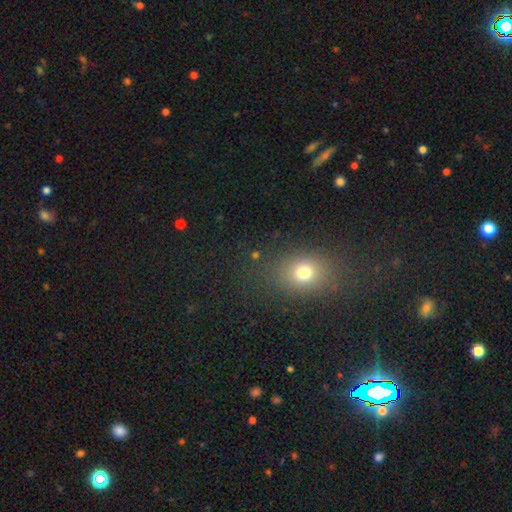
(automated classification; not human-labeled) Smooth or featured? smooth (66%)
How rounded? round (60%)
Merging? none (82%)